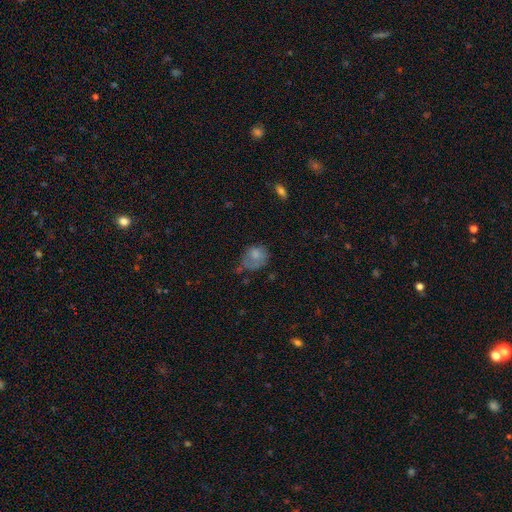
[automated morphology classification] A smooth galaxy with no disk features (70%) that is round (52%). Merging: none (34%).